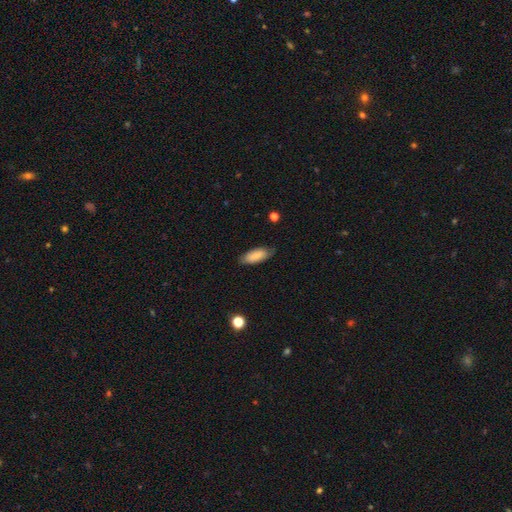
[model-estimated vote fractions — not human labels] smooth-or-featured: smooth: 83% | featured or disk: 11% | star or artifact: 6%
  how-rounded: in between: 79% | cigar-shaped: 19% | round: 2%
  merging: none: 79% | minor disturbance: 17% | major disturbance: 3% | merger: 1%